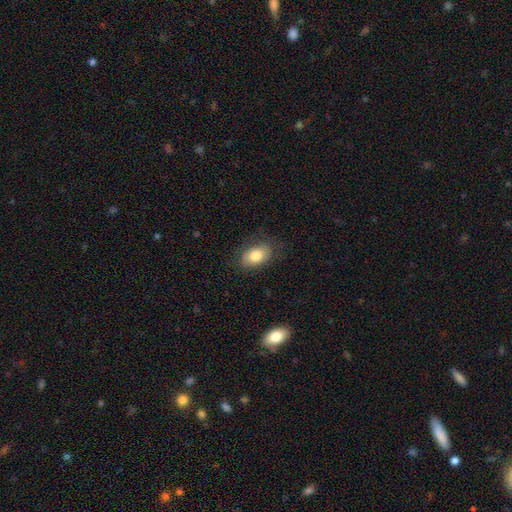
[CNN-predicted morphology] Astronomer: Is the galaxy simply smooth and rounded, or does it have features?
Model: smooth — 81%.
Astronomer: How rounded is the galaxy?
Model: in between — 85%.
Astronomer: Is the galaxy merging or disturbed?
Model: none — 78%.